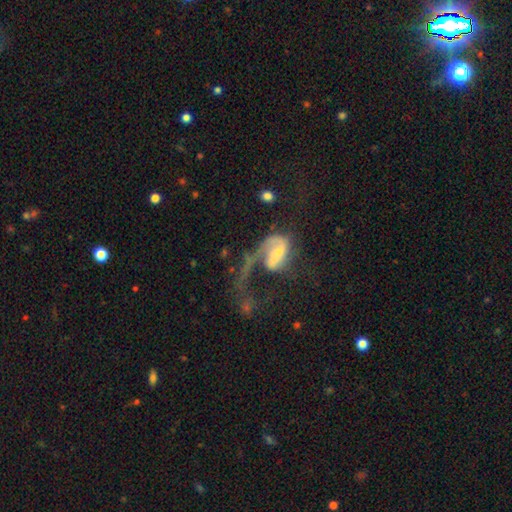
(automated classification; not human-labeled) Smooth or featured? Predicted: featured or disk (p=0.63). Edge-on disk? Predicted: no (p=0.95). Bar? Predicted: no (p=0.58). Spiral arms? Predicted: yes (p=0.74). Bulge size? Predicted: moderate (p=0.37). Merging? Predicted: major disturbance (p=0.44).